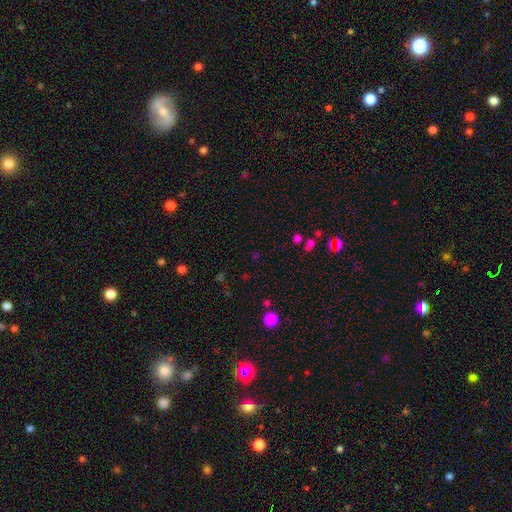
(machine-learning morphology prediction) A star or artifact, not a galaxy (50%).